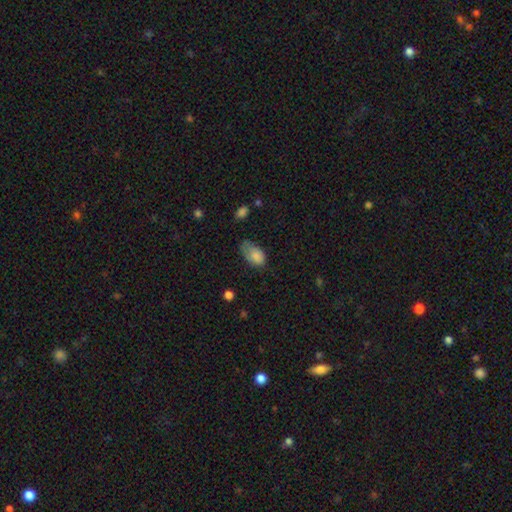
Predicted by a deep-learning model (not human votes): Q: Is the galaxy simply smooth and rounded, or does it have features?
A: smooth — 81%.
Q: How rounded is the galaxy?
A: in between — 92%.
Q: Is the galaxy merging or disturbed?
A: minor disturbance — 39%.